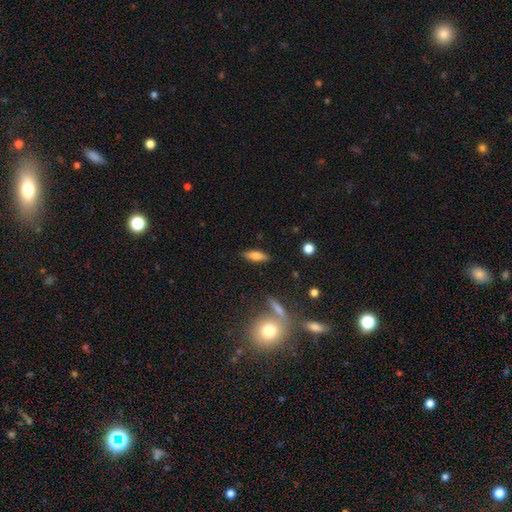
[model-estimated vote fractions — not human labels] smooth_or_featured: smooth (p=0.74) [alt: featured or disk p=0.18]
how_rounded: in between (p=0.62) [alt: cigar-shaped p=0.36]
merging: none (p=0.86) [alt: minor disturbance p=0.09]